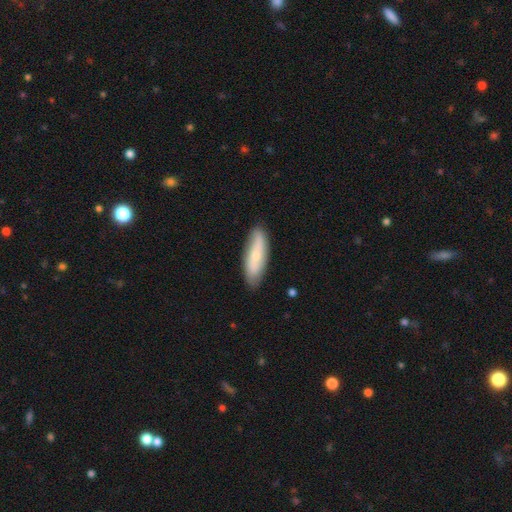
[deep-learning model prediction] This is possibly a smooth galaxy (55%). How rounded: possibly in between (54%). Merging: clearly none (83%).